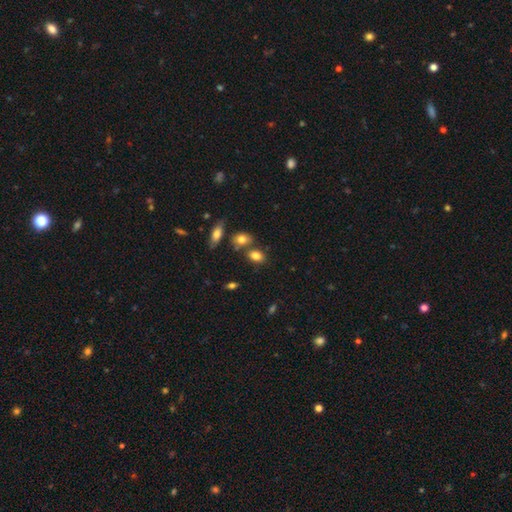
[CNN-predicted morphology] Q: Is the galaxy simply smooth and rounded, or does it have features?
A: smooth — 82%.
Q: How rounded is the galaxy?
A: in between — 75%.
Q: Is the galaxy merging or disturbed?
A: none — 64%.